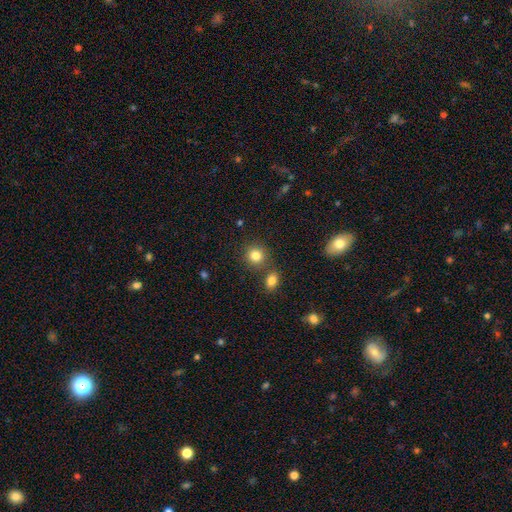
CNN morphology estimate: smooth_or_featured: smooth (p=0.83) [alt: star or artifact p=0.11]
how_rounded: round (p=0.86) [alt: in between p=0.13]
merging: none (p=0.76) [alt: merger p=0.13]